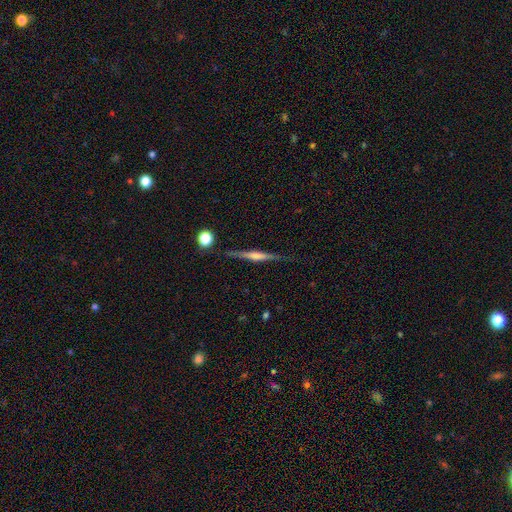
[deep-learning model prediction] Morphology: type=featured or disk (72%); edge-on=yes (98%); edge-on bulge=rounded (57%); merging=none (87%).